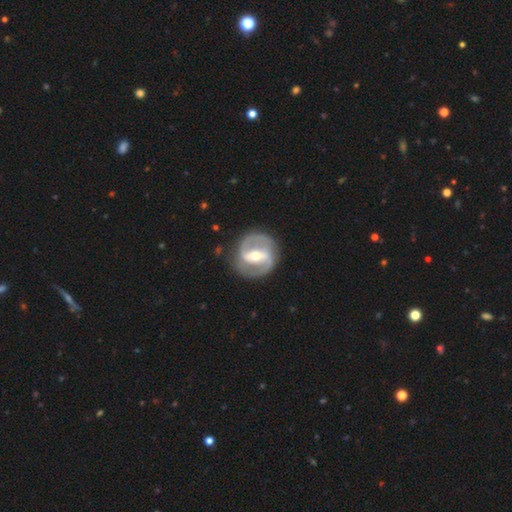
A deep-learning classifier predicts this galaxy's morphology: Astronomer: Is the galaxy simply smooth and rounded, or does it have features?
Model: featured or disk — 88%.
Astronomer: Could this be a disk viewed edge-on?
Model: no — 97%.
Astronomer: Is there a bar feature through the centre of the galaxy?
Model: strong — 56%.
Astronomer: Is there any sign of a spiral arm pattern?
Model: yes — 93%.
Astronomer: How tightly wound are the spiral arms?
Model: medium — 52% (runner-up: tight, 32%).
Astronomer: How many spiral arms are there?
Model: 2 — 92%.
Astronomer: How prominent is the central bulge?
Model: moderate — 64%.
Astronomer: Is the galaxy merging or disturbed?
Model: none — 85%.